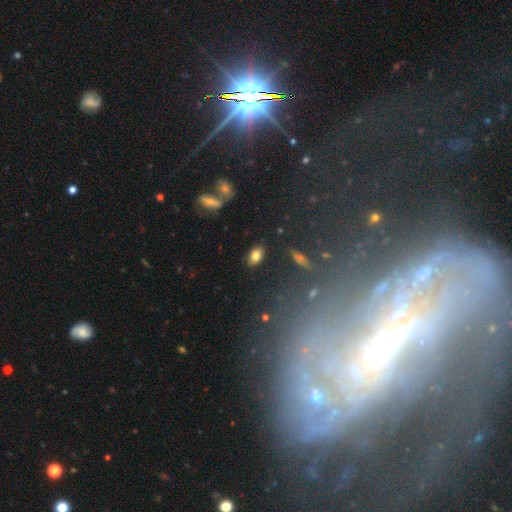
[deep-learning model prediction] Smooth or featured?
  - smooth: 79% *
  - featured or disk: 11%
  - star or artifact: 10%
How rounded?
  - in between: 88% *
  - round: 9%
  - cigar-shaped: 3%
Merging?
  - none: 85% *
  - minor disturbance: 10%
  - major disturbance: 3%
  - merger: 2%